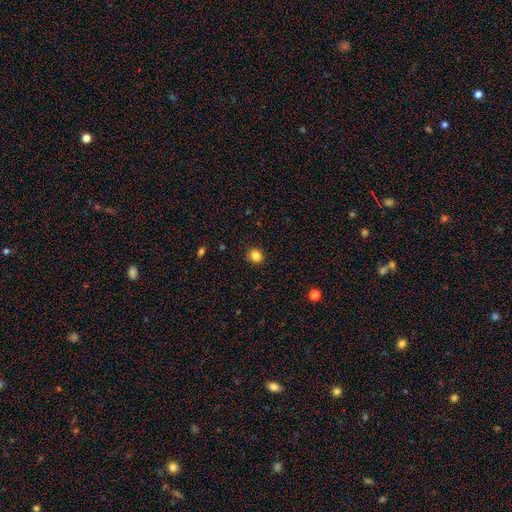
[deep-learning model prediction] Smooth or featured: smooth — 84% (star or artifact — 11%)
How rounded: round — 74% (in between — 26%)
Merging: none — 90% (minor disturbance — 7%)